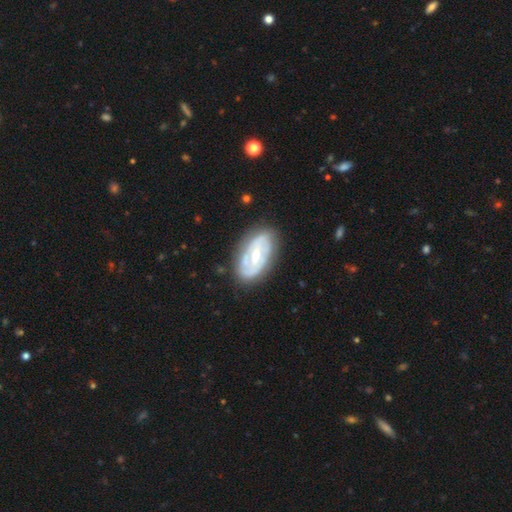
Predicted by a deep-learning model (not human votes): Smooth or featured: featured or disk — 79% (smooth — 16%)
Edge-on disk: no — 95% (yes — 5%)
Bar: weak — 46% (strong — 29%)
Spiral arms: yes — 82% (no — 18%)
Spiral winding: tight — 54% (medium — 34%)
Spiral arm count: 2 — 61% (can't tell — 23%)
Bulge size: moderate — 61% (small — 33%)
Merging: none — 78% (minor disturbance — 16%)